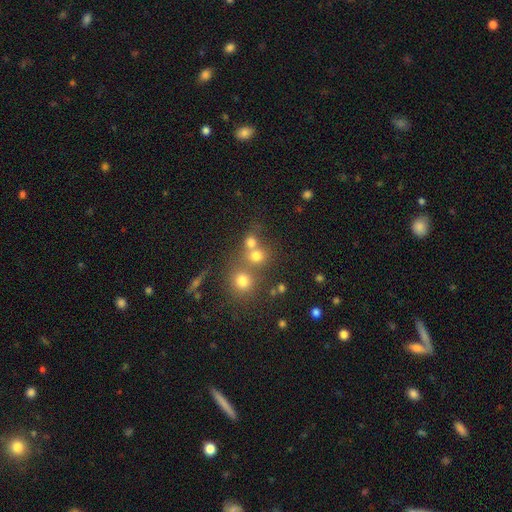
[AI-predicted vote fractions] smooth 67%, star or artifact 20%, featured or disk 13%. Down the decision tree: how rounded — round (84%); merging — none (48%).